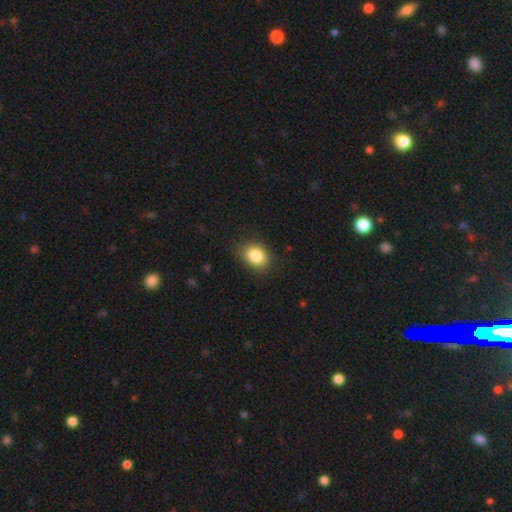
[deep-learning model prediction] Smooth or featured: smooth — 84% (star or artifact — 9%)
How rounded: in between — 60% (round — 39%)
Merging: none — 81% (minor disturbance — 14%)